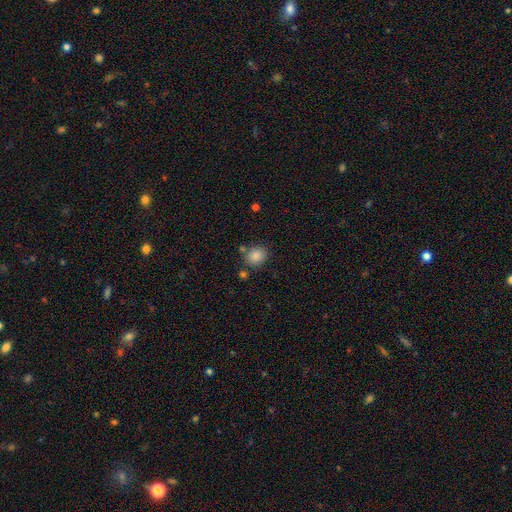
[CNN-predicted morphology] Smooth or featured? smooth (85%)
How rounded? round (66%)
Merging? none (74%)